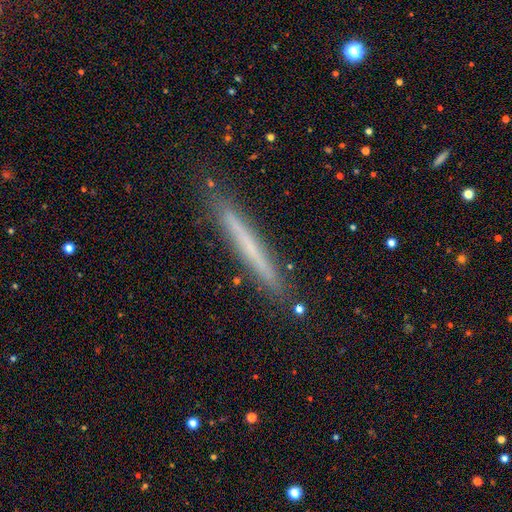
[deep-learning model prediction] Morphology: type=smooth (48%); merging=none (89%).